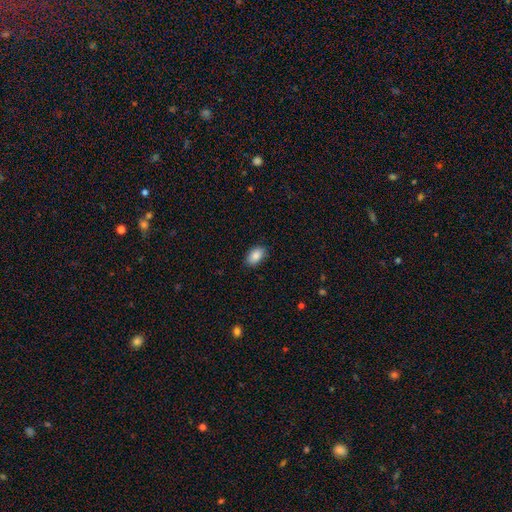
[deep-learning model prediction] Overall: smooth (88%). How rounded: in between (91%). Merging: none (87%).